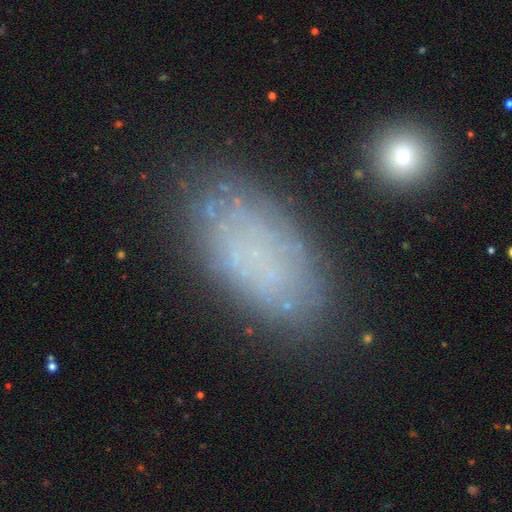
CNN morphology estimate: Q: Smooth or featured?
A: smooth (51%); runner-up: featured or disk (34%)
Q: How rounded?
A: in between (89%); runner-up: cigar-shaped (6%)
Q: Merging?
A: none (69%); runner-up: minor disturbance (19%)